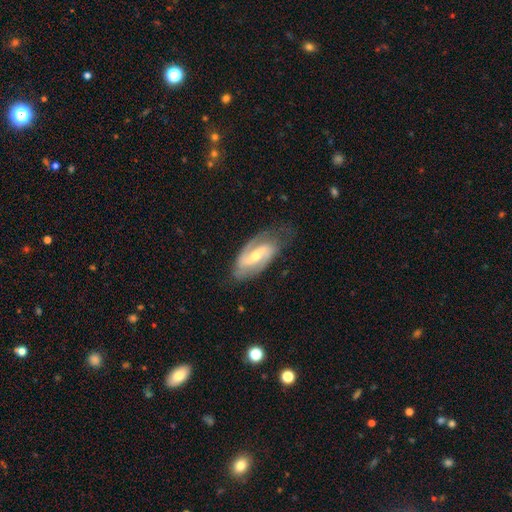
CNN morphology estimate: Overall: featured or disk (84%). Edge-on disk: no (95%). Bar: weak (42%; strong 34%). Spiral arms: yes (95%). Spiral arm count: 2 (86%). Spiral winding: medium (47%; loose 27%). Bulge size: moderate (52%; small 44%). Merging: none (70%).